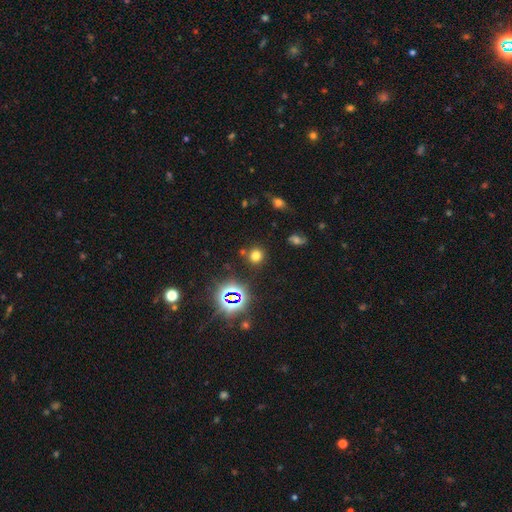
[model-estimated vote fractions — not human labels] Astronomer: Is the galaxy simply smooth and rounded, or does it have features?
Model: smooth — 66%.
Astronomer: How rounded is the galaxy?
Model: round — 89%.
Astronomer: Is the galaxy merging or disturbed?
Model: none — 84%.